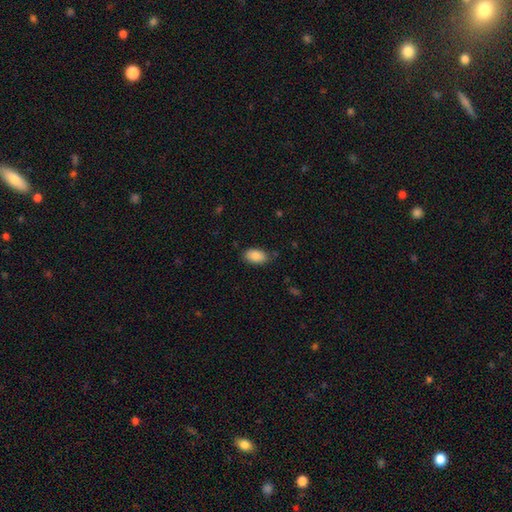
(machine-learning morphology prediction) The model was most divided on "merging": none: 79%, minor disturbance: 17%, major disturbance: 3%, merger: 1%. More confident: how rounded — in between (93%); smooth or featured — smooth (87%).